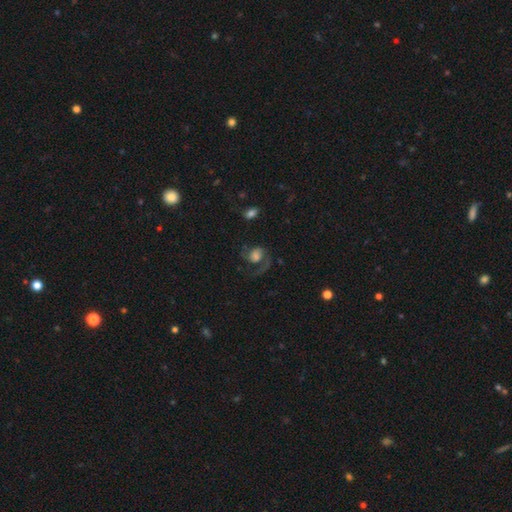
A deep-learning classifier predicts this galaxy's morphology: featured or disk 71%, smooth 20%, star or artifact 9%. Down the decision tree: edge-on disk — no (98%); bar — no (61%); spiral arms — yes (92%); spiral arm count — 2 (58%); spiral winding — medium (46%); bulge size — large (36%); merging — none (49%).